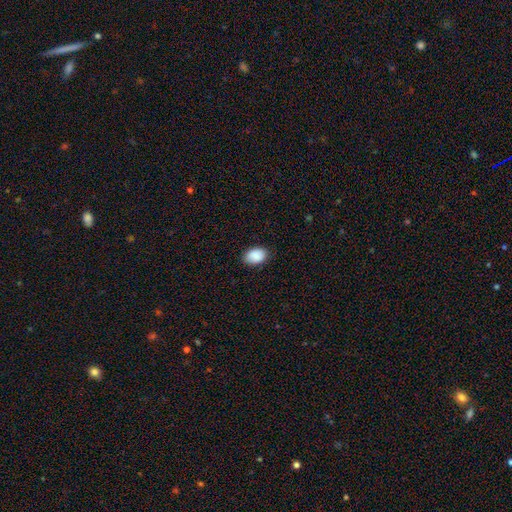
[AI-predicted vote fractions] smooth-or-featured: smooth: 91% | star or artifact: 6% | featured or disk: 3%
  how-rounded: in between: 85% | round: 14% | cigar-shaped: 1%
  merging: none: 87% | minor disturbance: 10% | major disturbance: 2% | merger: 1%